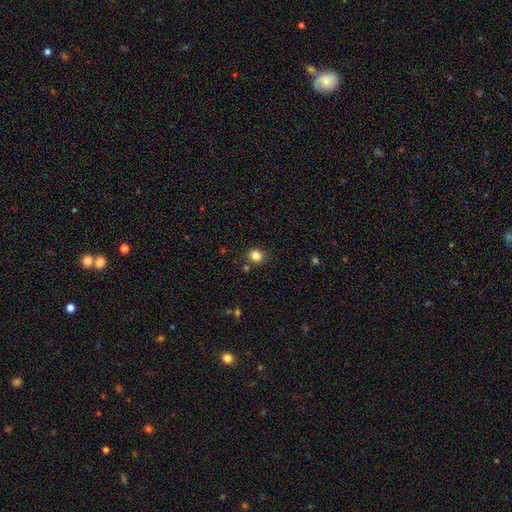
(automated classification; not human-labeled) smooth_or_featured: smooth (p=0.83) [alt: star or artifact p=0.12]
how_rounded: round (p=0.81) [alt: in between p=0.19]
merging: none (p=0.86) [alt: minor disturbance p=0.08]